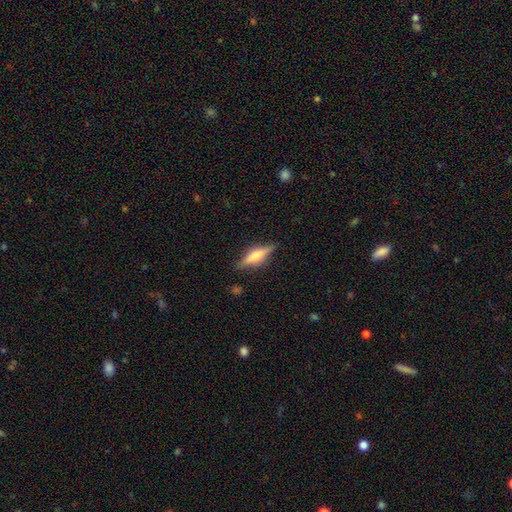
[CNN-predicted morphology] featured or disk 51%, smooth 42%, star or artifact 7%. Down the decision tree: edge-on disk — yes (95%); merging — none (84%).